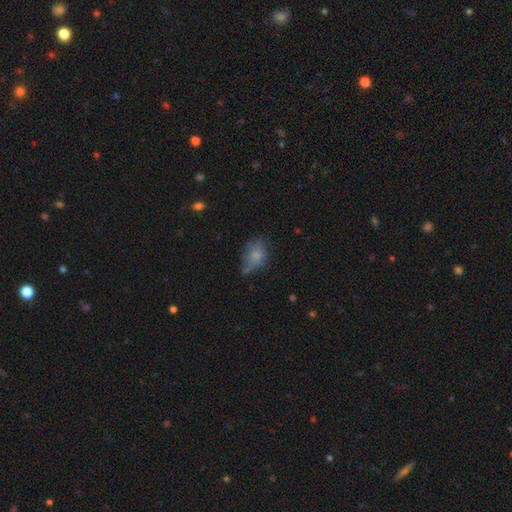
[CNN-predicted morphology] Overall: smooth (69%). How rounded: in between (70%). Merging: none (45%; minor disturbance 34%).